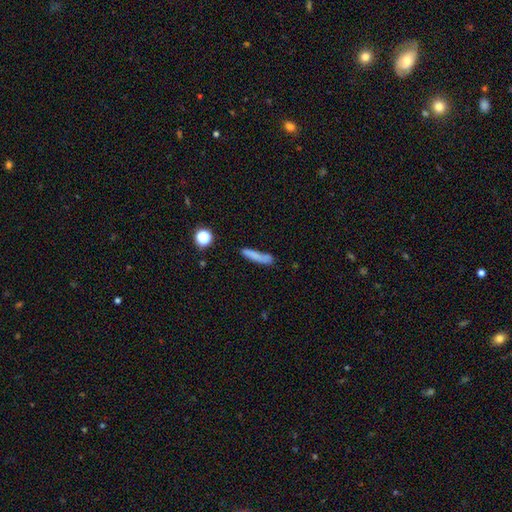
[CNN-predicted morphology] A smooth galaxy with no disk features (75%) that is cigar-shaped (87%).

Vote fractions:
- Smooth or featured? smooth: 75% / featured or disk: 16% / star or artifact: 9%
- How rounded? cigar-shaped: 87% / in between: 10% / round: 3%
- Merging? none: 66% / minor disturbance: 20% / major disturbance: 7% / merger: 7%